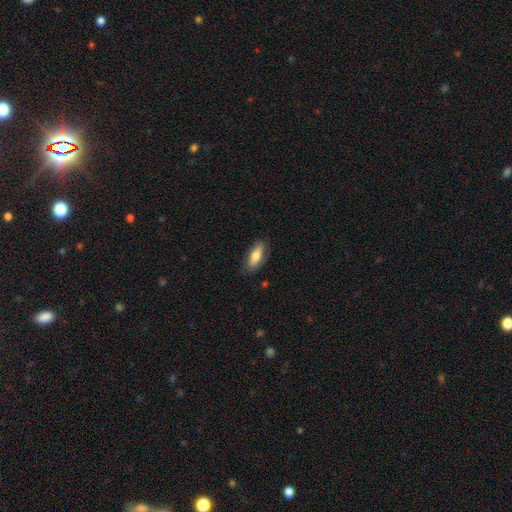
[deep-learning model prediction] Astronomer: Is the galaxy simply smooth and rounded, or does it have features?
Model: smooth — 71%.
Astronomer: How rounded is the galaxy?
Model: in between — 71%.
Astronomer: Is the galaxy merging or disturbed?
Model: none — 80%.